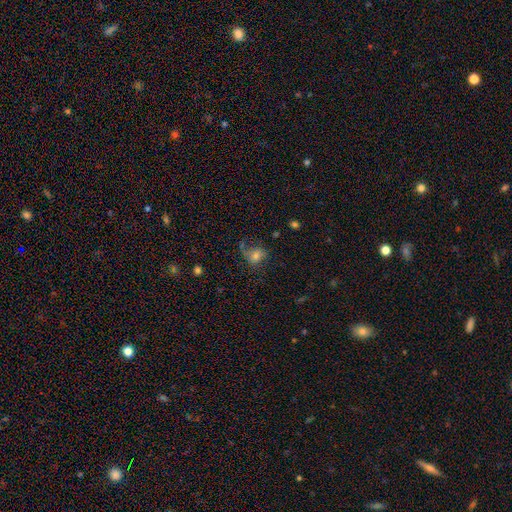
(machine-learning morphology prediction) smooth-or-featured: smooth: 60% | featured or disk: 25% | star or artifact: 15%
  how-rounded: round: 63% | in between: 36% | cigar-shaped: 1%
  merging: none: 50% | minor disturbance: 23% | major disturbance: 23% | merger: 4%